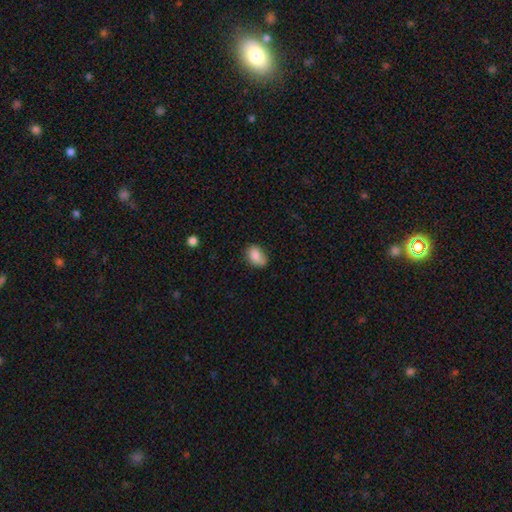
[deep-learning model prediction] Q: Smooth or featured?
A: smooth (81%); runner-up: featured or disk (10%)
Q: How rounded?
A: in between (80%); runner-up: round (18%)
Q: Merging?
A: none (58%); runner-up: minor disturbance (29%)